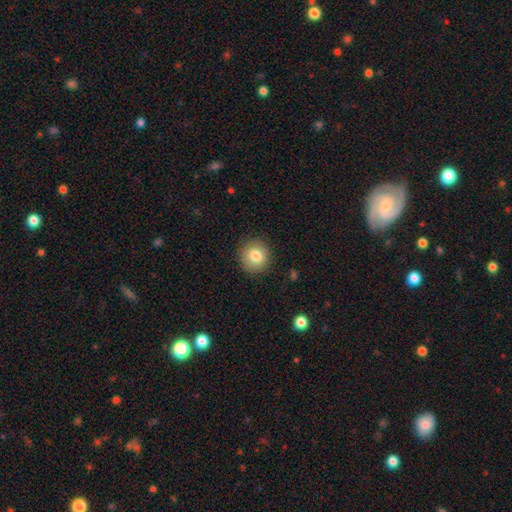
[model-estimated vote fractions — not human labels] Q: Smooth or featured?
A: smooth (82%); runner-up: star or artifact (9%)
Q: How rounded?
A: round (90%); runner-up: in between (9%)
Q: Merging?
A: none (89%); runner-up: minor disturbance (7%)